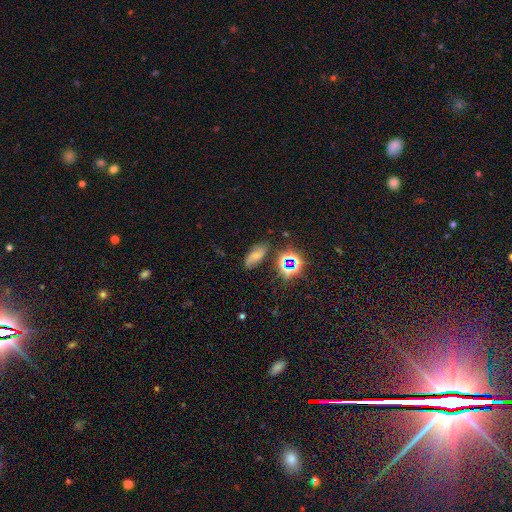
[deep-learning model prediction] Smooth or featured? Predicted: smooth (p=0.54). How rounded? Predicted: in between (p=0.81). Merging? Predicted: none (p=0.73).